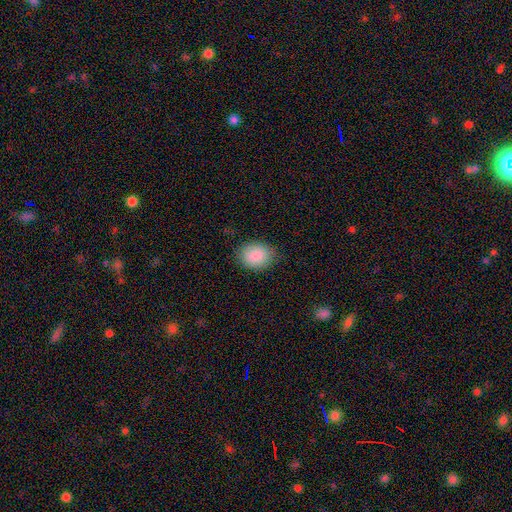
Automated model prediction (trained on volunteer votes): smooth-or-featured: smooth: 89% | star or artifact: 7% | featured or disk: 4%
  how-rounded: in between: 61% | round: 38% | cigar-shaped: 1%
  merging: none: 82% | minor disturbance: 14% | major disturbance: 3% | merger: 1%